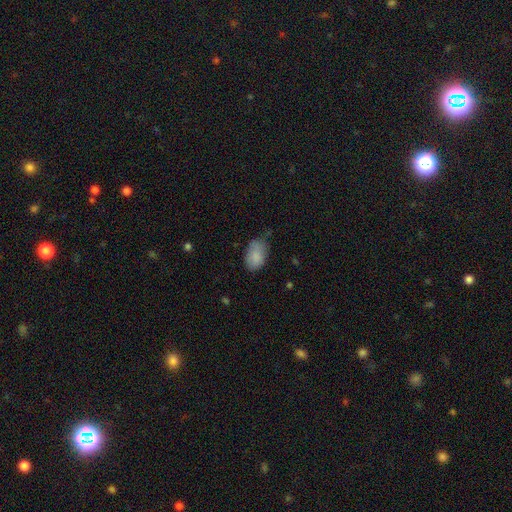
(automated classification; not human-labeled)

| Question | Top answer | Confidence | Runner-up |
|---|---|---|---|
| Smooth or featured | smooth | 85% | featured or disk (8%) |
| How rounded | in between | 91% | round (8%) |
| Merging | none | 50% | minor disturbance (38%) |